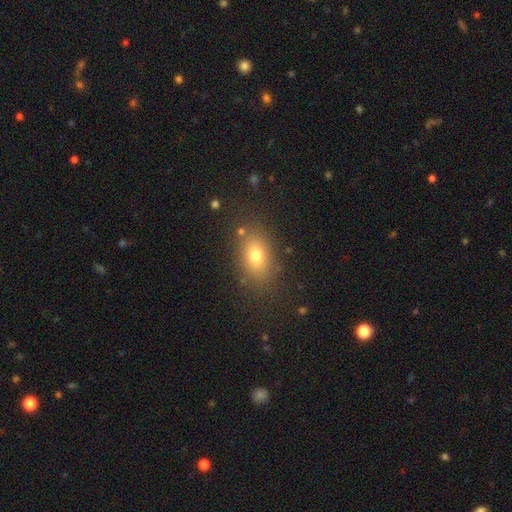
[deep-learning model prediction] Overall: smooth (73%). How rounded: in between (79%). Merging: none (81%).